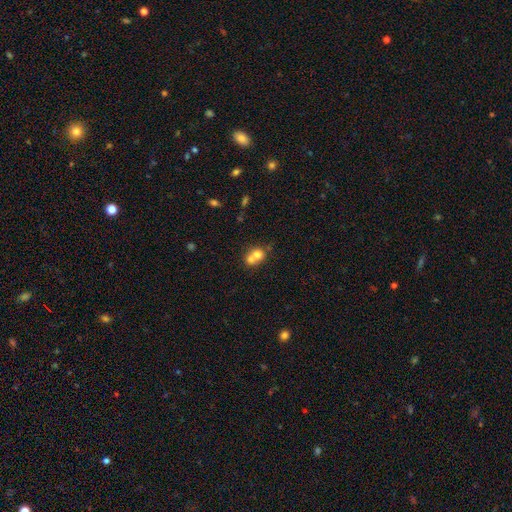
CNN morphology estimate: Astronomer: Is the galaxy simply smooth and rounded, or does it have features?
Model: smooth — 69%.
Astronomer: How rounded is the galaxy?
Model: round — 73%.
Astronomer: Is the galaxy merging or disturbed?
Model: merger — 67%.